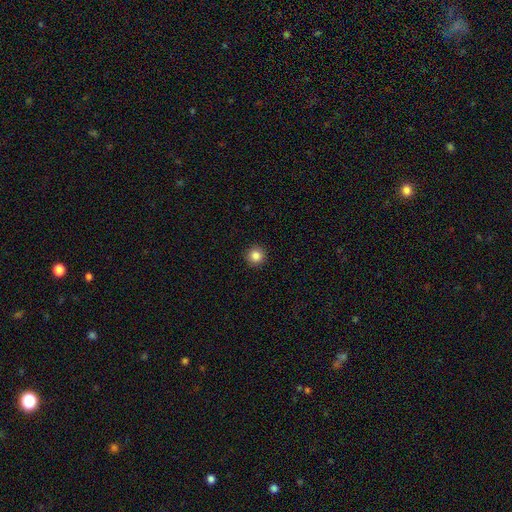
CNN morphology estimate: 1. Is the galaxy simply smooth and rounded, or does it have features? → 85% smooth, 10% star or artifact, 5% featured or disk.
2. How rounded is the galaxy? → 95% round, 4% in between, 1% cigar-shaped.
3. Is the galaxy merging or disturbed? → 93% none, 4% minor disturbance, 2% major disturbance, 1% merger.